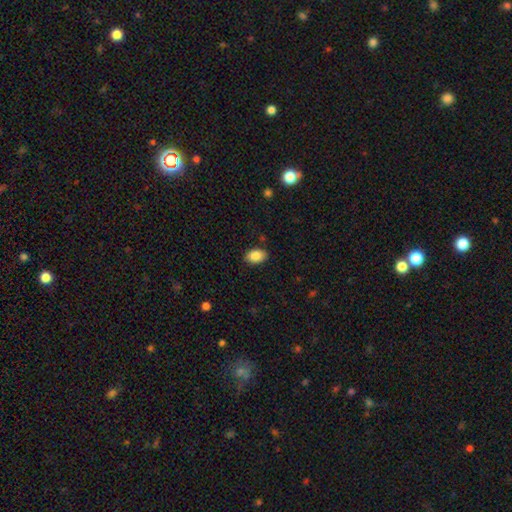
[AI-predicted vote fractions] smooth-or-featured: smooth: 87% | star or artifact: 8% | featured or disk: 6%
  how-rounded: in between: 85% | round: 14% | cigar-shaped: 1%
  merging: none: 86% | minor disturbance: 10% | major disturbance: 2% | merger: 1%